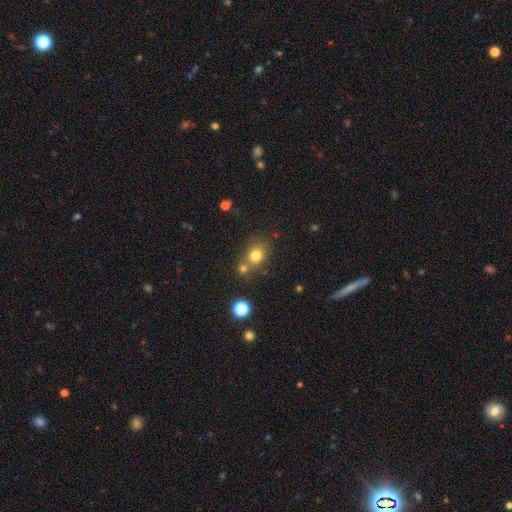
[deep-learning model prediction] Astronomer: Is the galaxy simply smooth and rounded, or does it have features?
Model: smooth — 77%.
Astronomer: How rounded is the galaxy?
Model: round — 63%.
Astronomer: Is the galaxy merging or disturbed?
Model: none — 57%.